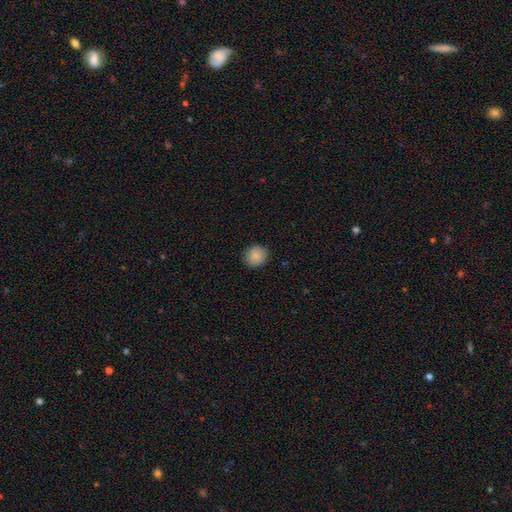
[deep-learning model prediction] Morphology: type=smooth (88%); roundness=round (86%); merging=none (90%).